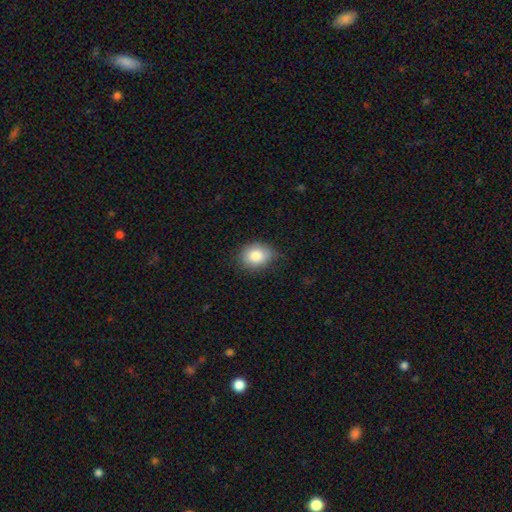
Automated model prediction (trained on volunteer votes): This is clearly a smooth galaxy (83%). How rounded: possibly round (50%). Merging: likely none (72%).